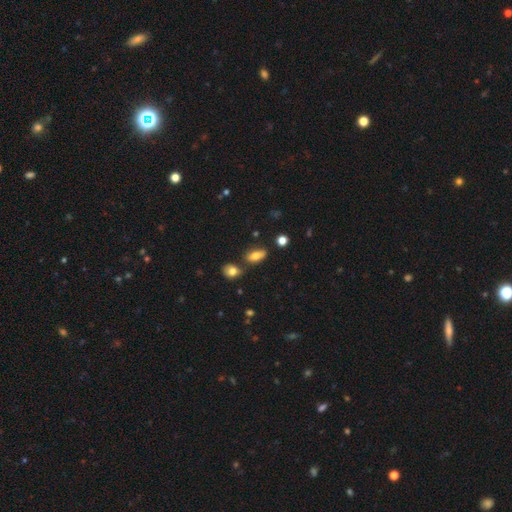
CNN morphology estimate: type=smooth (76%); roundness=in between (82%); merging=none (68%).